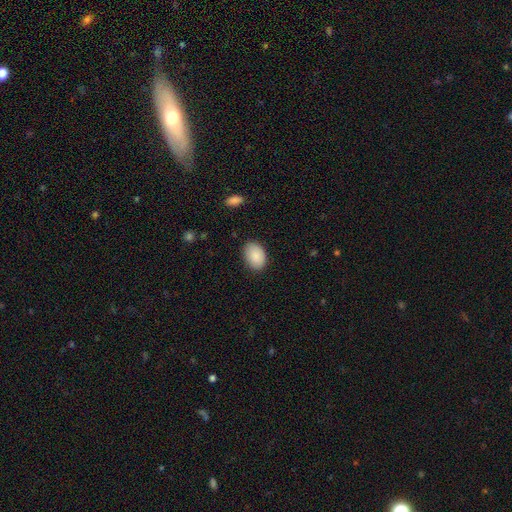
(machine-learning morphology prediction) smooth_or_featured: smooth (p=0.89) [alt: star or artifact p=0.06]
how_rounded: in between (p=0.86) [alt: round p=0.13]
merging: none (p=0.86) [alt: minor disturbance p=0.11]